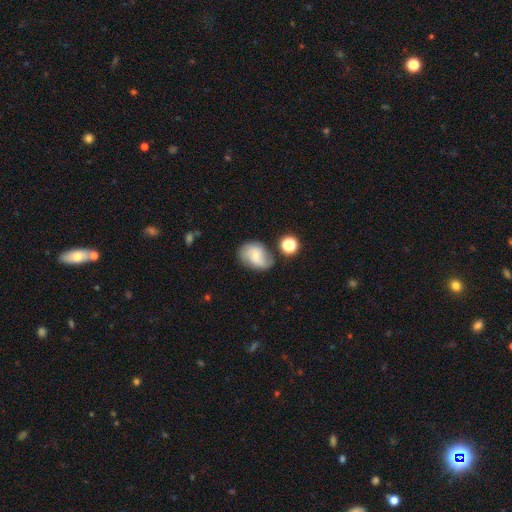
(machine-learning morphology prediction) This is possibly a smooth galaxy (46%). Merging: possibly none (58%).